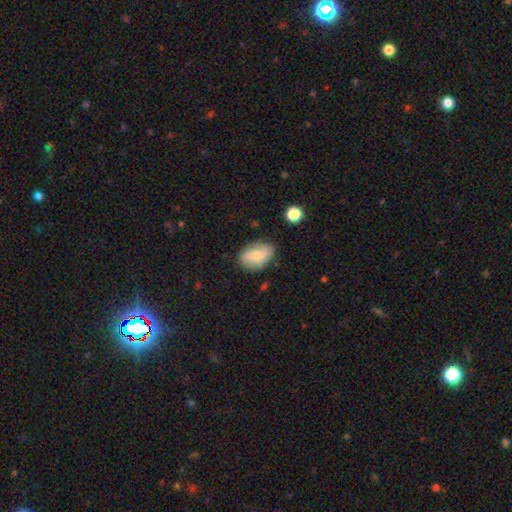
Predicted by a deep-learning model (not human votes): Q: Smooth or featured?
A: smooth (60%); runner-up: featured or disk (33%)
Q: How rounded?
A: in between (85%); runner-up: round (13%)
Q: Merging?
A: none (76%); runner-up: minor disturbance (18%)